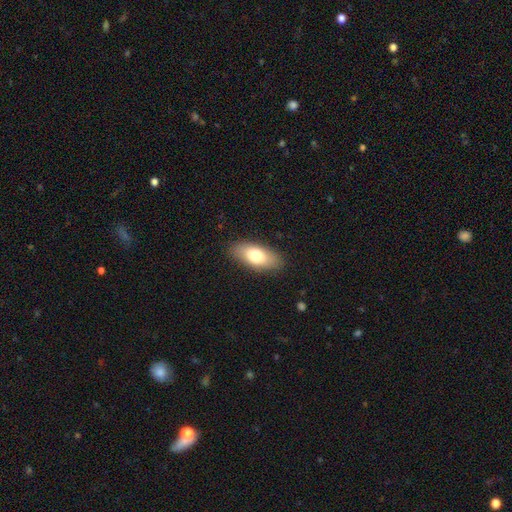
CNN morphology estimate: Overall: smooth (75%). How rounded: in between (86%). Merging: none (86%).